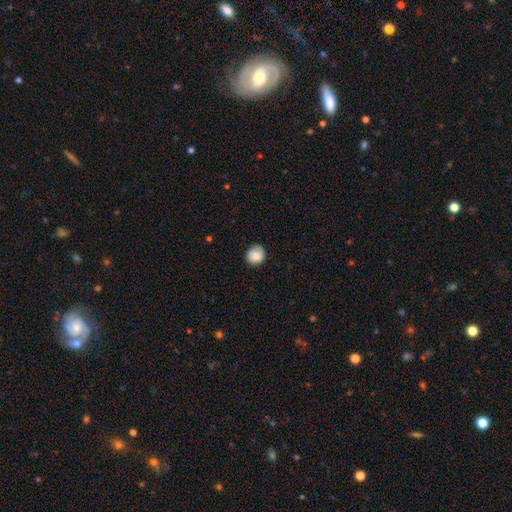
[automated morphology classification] A smooth galaxy with no disk features (84%) that is round (88%).

Vote fractions:
- Smooth or featured? smooth: 84% / featured or disk: 8% / star or artifact: 8%
- How rounded? round: 88% / in between: 11% / cigar-shaped: 1%
- Merging? none: 81% / minor disturbance: 15% / major disturbance: 3% / merger: 1%